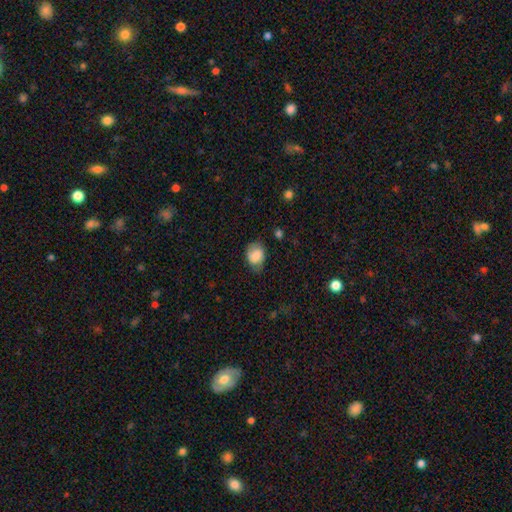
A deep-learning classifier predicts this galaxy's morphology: A smooth galaxy with no disk features (76%) that is in between round and cigar-shaped (66%). Merging: none (62%).